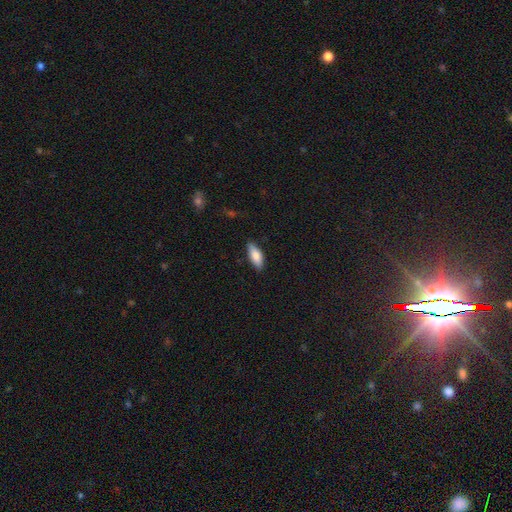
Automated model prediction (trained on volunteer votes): Smooth or featured: smooth — 80% (featured or disk — 14%)
How rounded: in between — 74% (cigar-shaped — 24%)
Merging: none — 84% (minor disturbance — 12%)